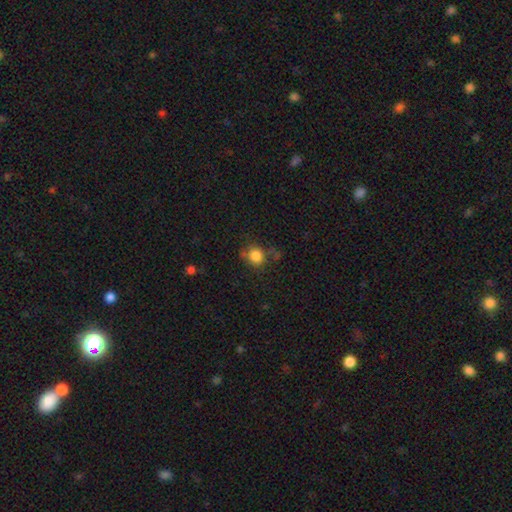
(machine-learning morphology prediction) A smooth galaxy with no disk features (82%) that is round (79%). Merging: none (62%).